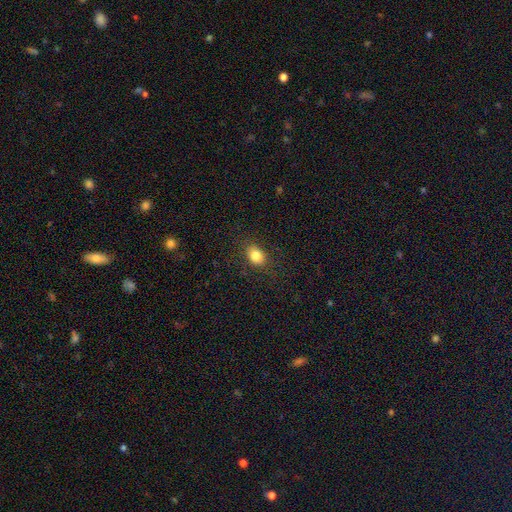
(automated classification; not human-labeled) smooth 83%, star or artifact 10%, featured or disk 7%. Down the decision tree: how rounded — in between (66%); merging — none (85%).